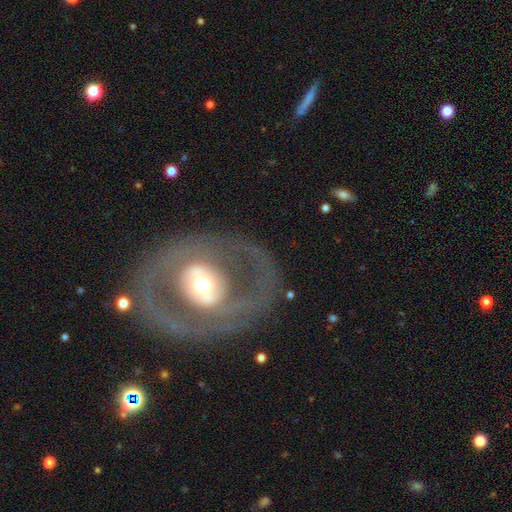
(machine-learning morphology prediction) This appears to be a featured or disk galaxy (73%) with no bar (59%), no spiral arms (54%) and a moderate central bulge (58%). Merging: none (75%).